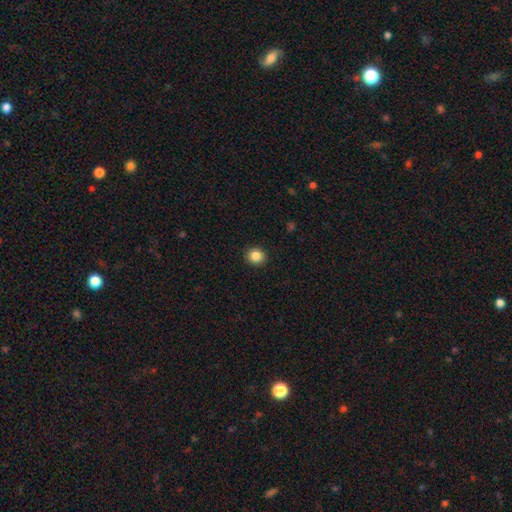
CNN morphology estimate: Smooth or featured: smooth — 86% (star or artifact — 10%)
How rounded: round — 87% (in between — 12%)
Merging: none — 92% (minor disturbance — 5%)